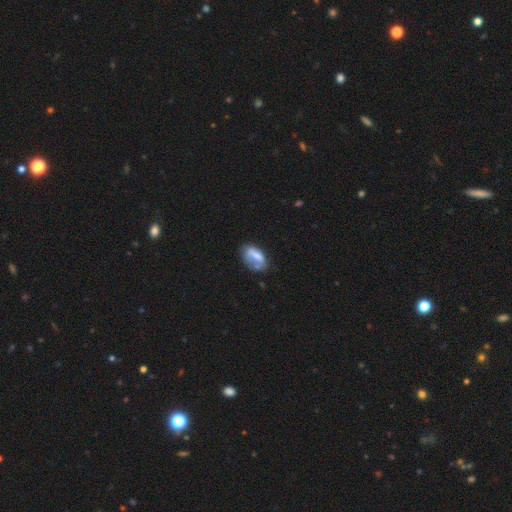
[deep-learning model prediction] smooth 60%, featured or disk 31%, star or artifact 9%. Down the decision tree: how rounded — in between (86%); merging — none (44%).